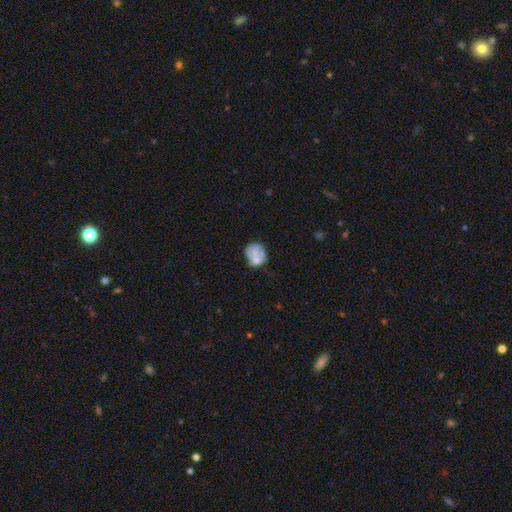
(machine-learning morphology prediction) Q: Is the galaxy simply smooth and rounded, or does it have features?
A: smooth — 47%.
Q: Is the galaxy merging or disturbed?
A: none — 44%.